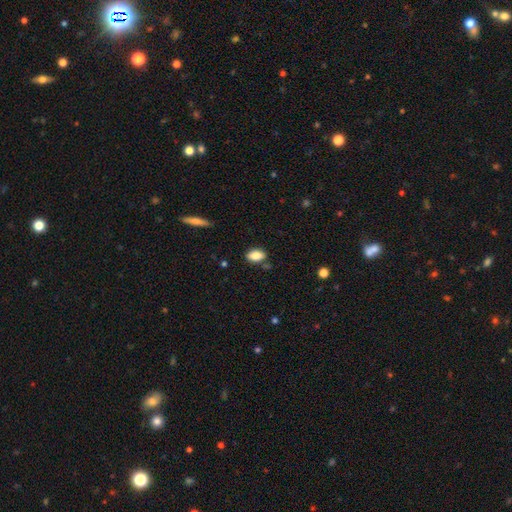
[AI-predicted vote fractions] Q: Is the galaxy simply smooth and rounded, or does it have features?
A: smooth — 83%.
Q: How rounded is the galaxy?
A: in between — 90%.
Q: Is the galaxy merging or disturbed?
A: none — 81%.